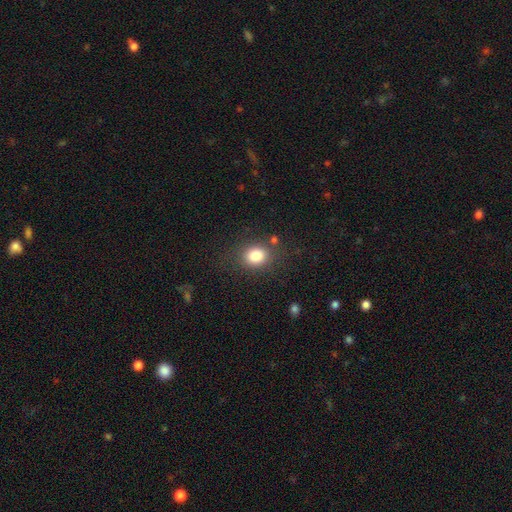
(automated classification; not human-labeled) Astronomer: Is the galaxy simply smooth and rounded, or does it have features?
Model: smooth — 83%.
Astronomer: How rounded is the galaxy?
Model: round — 59% (runner-up: in between, 40%).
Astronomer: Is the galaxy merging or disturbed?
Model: none — 80%.